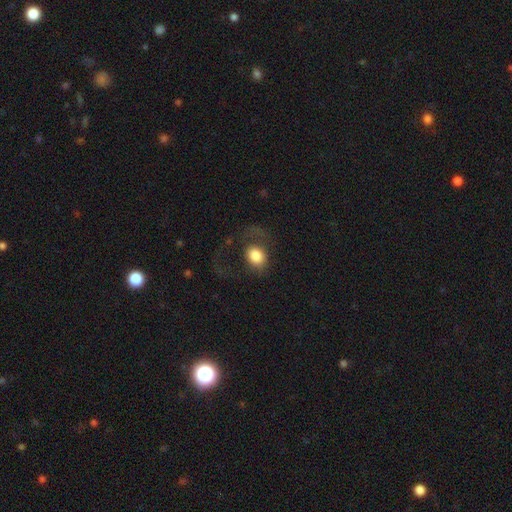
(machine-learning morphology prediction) Smooth or featured? Predicted: smooth (p=0.75). How rounded? Predicted: round (p=0.52). Merging? Predicted: major disturbance (p=0.42).